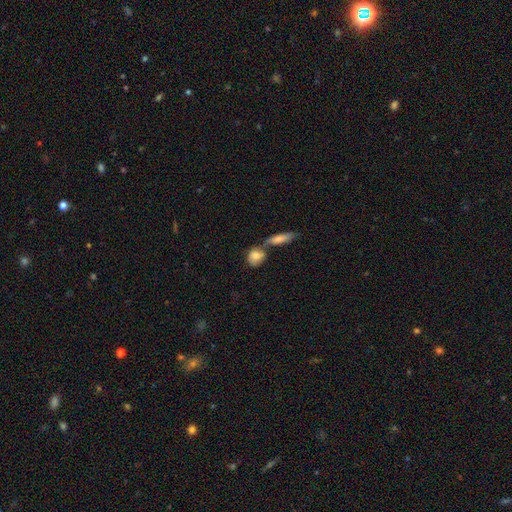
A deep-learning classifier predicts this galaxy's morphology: Smooth or featured: smooth — 76% (featured or disk — 17%)
How rounded: round — 47% (in between — 45%)
Merging: none — 43% (merger — 38%)